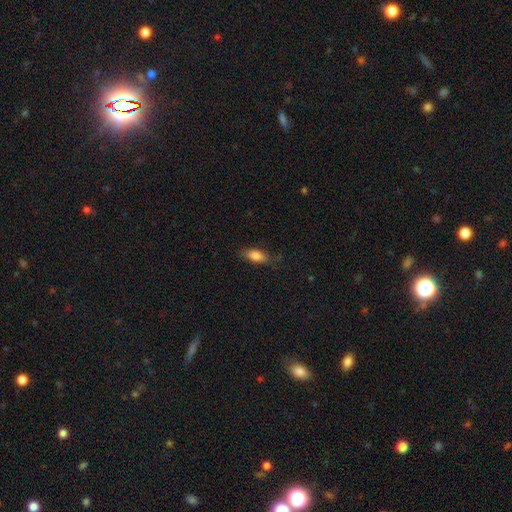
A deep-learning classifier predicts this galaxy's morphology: A smooth galaxy with no disk features (82%) that is in between round and cigar-shaped (78%).

Vote fractions:
- Smooth or featured? smooth: 82% / featured or disk: 11% / star or artifact: 8%
- How rounded? in between: 78% / cigar-shaped: 19% / round: 3%
- Merging? none: 79% / minor disturbance: 17% / major disturbance: 4% / merger: 1%